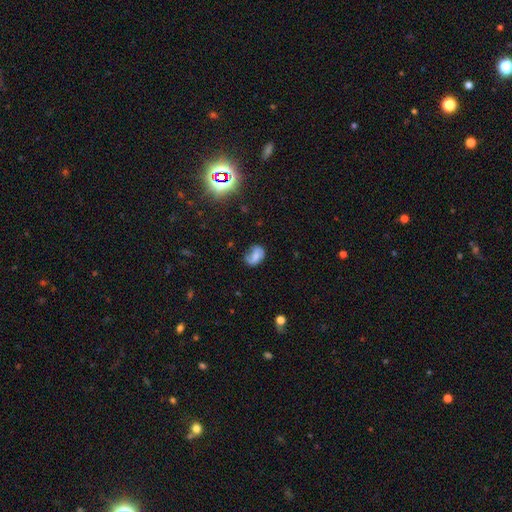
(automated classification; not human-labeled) Morphology: type=smooth (57%); roundness=in between (72%); merging=none (47%).